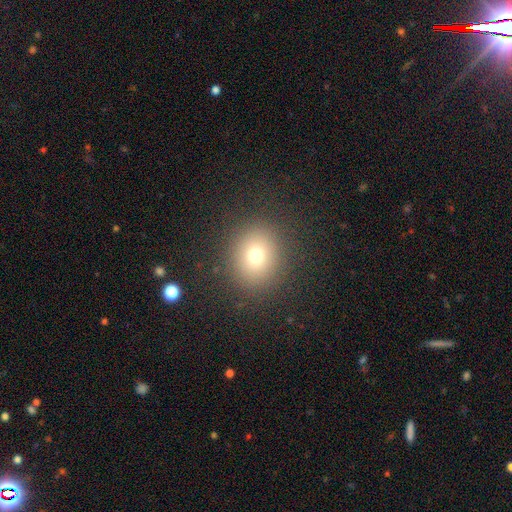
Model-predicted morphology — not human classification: smooth_or_featured: smooth (p=0.72) [alt: star or artifact p=0.16]
how_rounded: round (p=0.79) [alt: in between p=0.20]
merging: none (p=0.88) [alt: minor disturbance p=0.07]